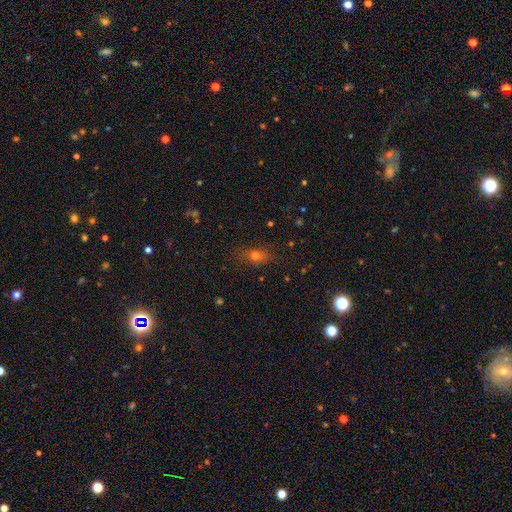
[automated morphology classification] This appears to be a smooth galaxy with no disk features (61%) that is in between round and cigar-shaped (63%). Merging: none (79%).